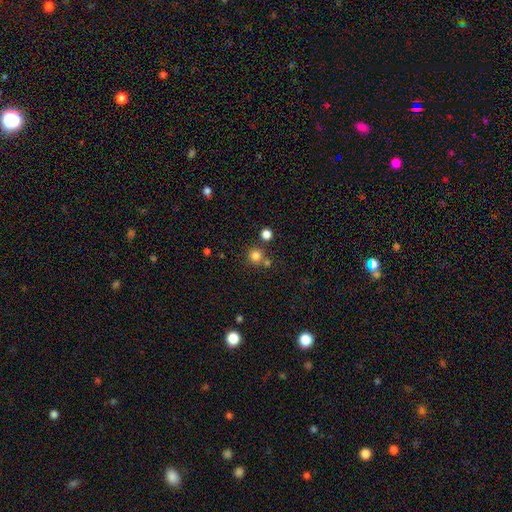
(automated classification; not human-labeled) smooth 79%, star or artifact 15%, featured or disk 6%. Down the decision tree: how rounded — round (93%); merging — none (72%).